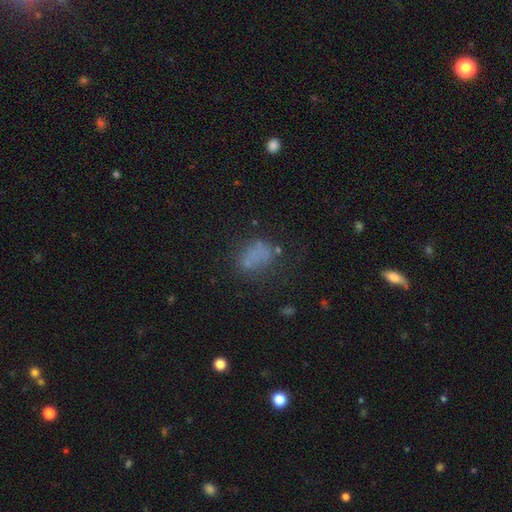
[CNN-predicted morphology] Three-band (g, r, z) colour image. It shows a smooth galaxy with no disk features (61%) that is in between round and cigar-shaped (74%). Merging: none (52%).